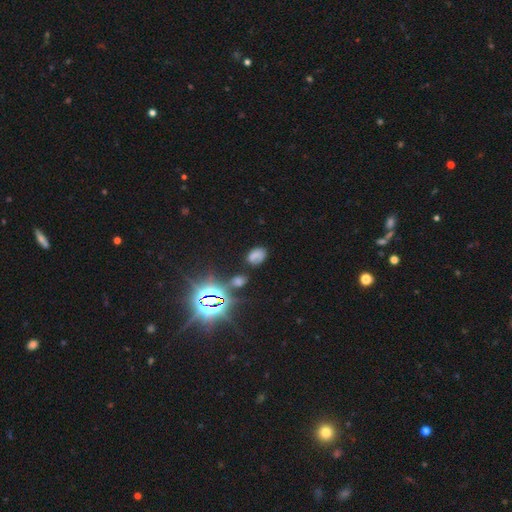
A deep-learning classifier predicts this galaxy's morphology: This is possibly a smooth galaxy (54%). How rounded: clearly in between (81%). Merging: possibly none (59%).